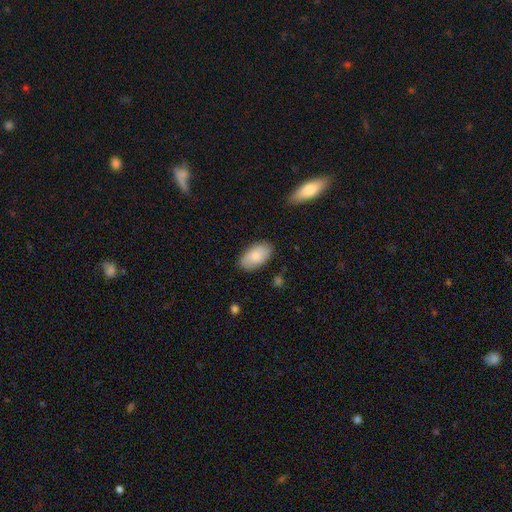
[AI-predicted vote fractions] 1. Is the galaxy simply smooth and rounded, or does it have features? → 76% smooth, 18% featured or disk, 6% star or artifact.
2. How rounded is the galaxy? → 95% in between, 3% round, 2% cigar-shaped.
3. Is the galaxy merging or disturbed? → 84% none, 12% minor disturbance, 3% major disturbance, 1% merger.